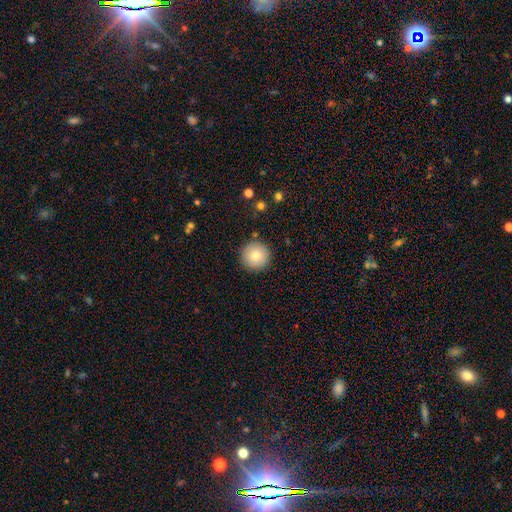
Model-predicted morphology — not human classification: type=smooth (80%); roundness=round (96%); merging=none (90%).